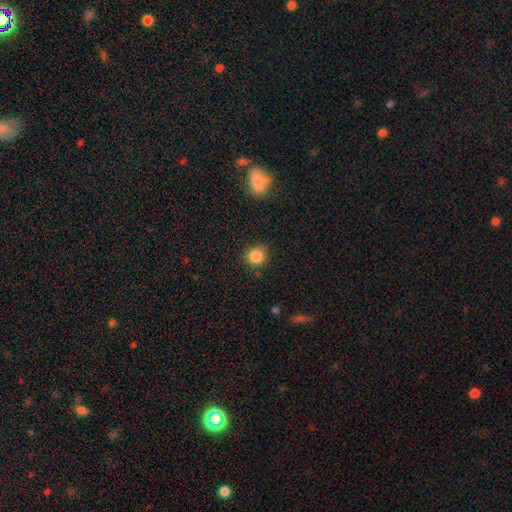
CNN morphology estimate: This is clearly a smooth galaxy (85%). How rounded: clearly round (90%). Merging: clearly none (84%).